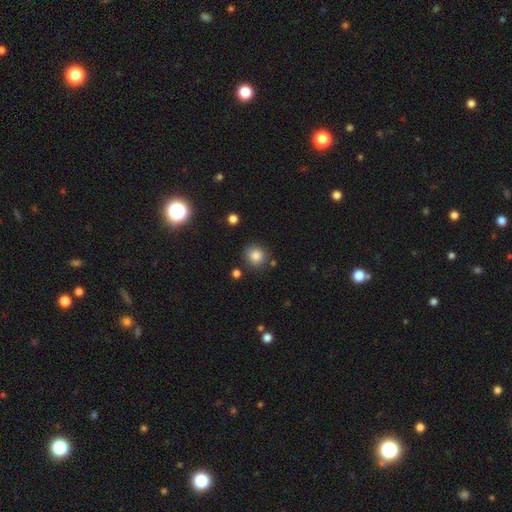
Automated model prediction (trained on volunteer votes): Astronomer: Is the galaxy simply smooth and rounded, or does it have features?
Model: smooth — 84%.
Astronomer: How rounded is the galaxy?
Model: round — 90%.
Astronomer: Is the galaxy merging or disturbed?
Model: none — 84%.